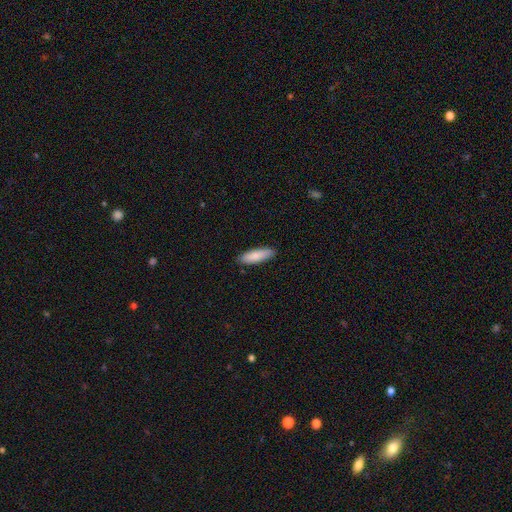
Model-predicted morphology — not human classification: smooth-or-featured: smooth: 86% | featured or disk: 8% | star or artifact: 6%
  how-rounded: cigar-shaped: 54% | in between: 45% | round: 1%
  merging: none: 88% | minor disturbance: 10% | major disturbance: 2% | merger: 1%